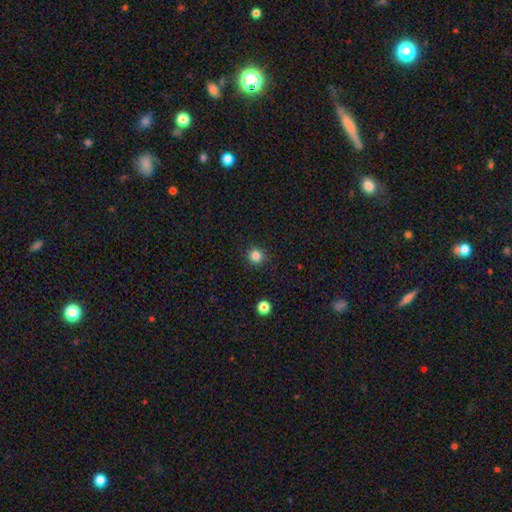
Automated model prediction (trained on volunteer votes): Morphology: type=smooth (83%); roundness=round (94%); merging=none (92%).